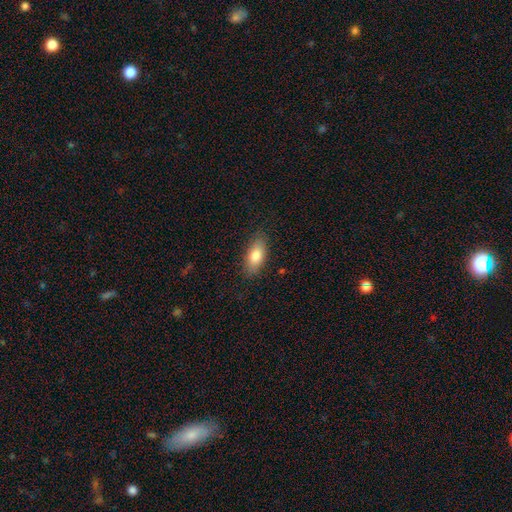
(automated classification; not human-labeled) Q: Smooth or featured?
A: smooth (81%); runner-up: featured or disk (12%)
Q: How rounded?
A: in between (86%); runner-up: cigar-shaped (11%)
Q: Merging?
A: none (84%); runner-up: minor disturbance (12%)